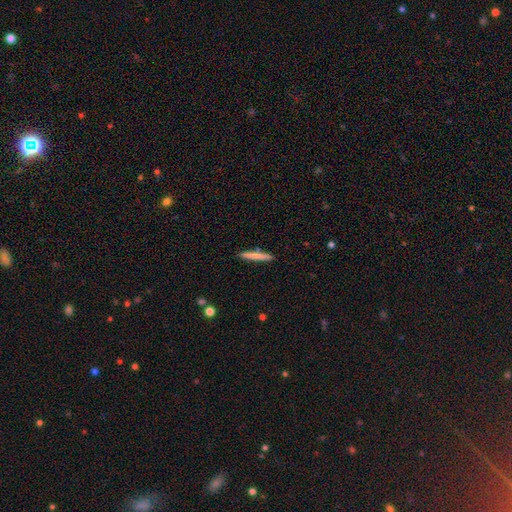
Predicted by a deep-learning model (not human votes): The model was most divided on "smooth or featured": smooth: 77%, featured or disk: 18%, star or artifact: 6%. More confident: how rounded — cigar-shaped (95%); merging — none (90%).